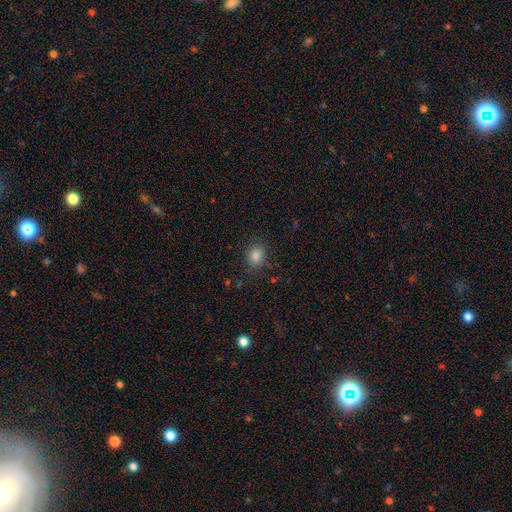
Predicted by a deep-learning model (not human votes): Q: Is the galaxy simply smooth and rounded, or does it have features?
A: smooth — 83%.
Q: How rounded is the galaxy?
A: round — 59%.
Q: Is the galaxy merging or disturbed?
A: none — 83%.